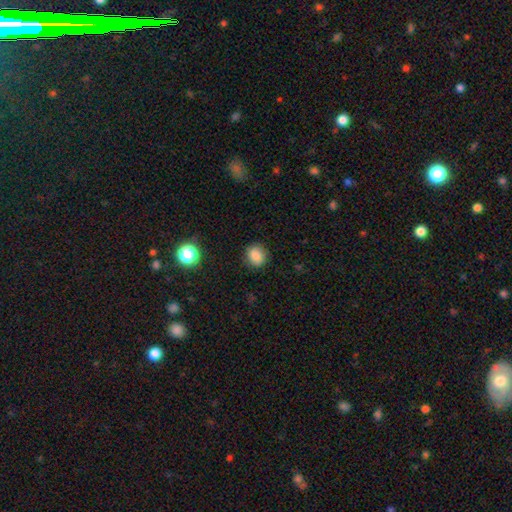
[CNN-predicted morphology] Overall: smooth (84%). How rounded: round (72%). Merging: none (88%).